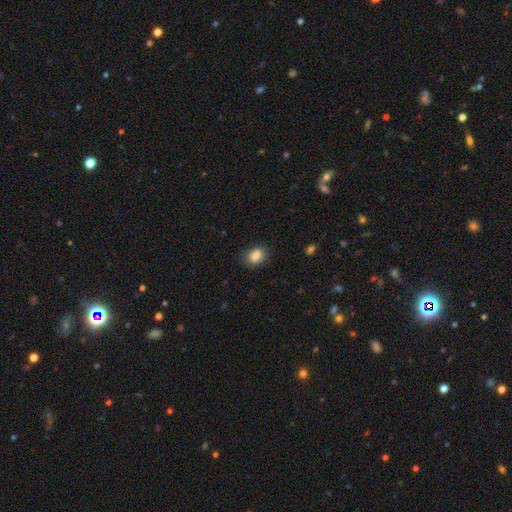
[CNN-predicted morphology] Smooth or featured: smooth — 86% (star or artifact — 9%)
How rounded: in between — 72% (round — 27%)
Merging: none — 81% (minor disturbance — 14%)